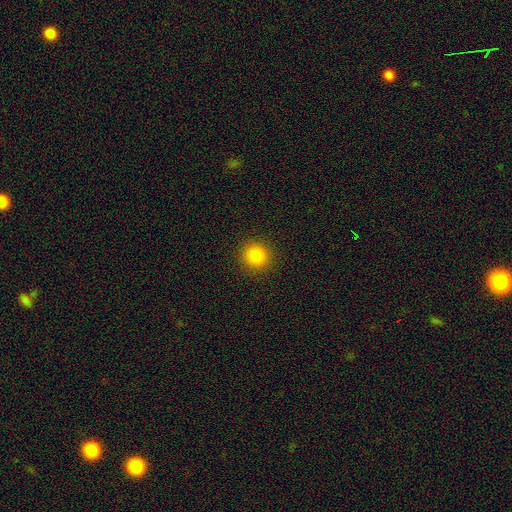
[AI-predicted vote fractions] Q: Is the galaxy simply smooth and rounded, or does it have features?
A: smooth — 84%.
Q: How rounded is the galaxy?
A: round — 92%.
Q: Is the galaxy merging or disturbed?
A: none — 92%.